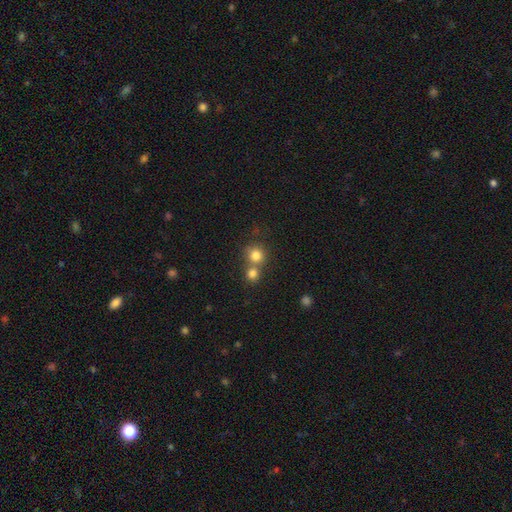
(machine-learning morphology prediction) Smooth or featured?
  - smooth: 80% *
  - star or artifact: 12%
  - featured or disk: 8%
How rounded?
  - round: 88% *
  - in between: 11%
  - cigar-shaped: 1%
Merging?
  - none: 50% *
  - merger: 41%
  - minor disturbance: 7%
  - major disturbance: 3%